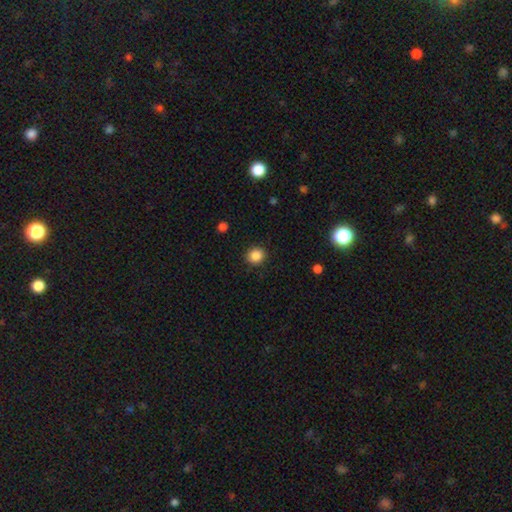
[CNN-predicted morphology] The model was most divided on "how rounded": round: 85%, in between: 14%, cigar-shaped: 1%. More confident: merging — none (90%); smooth or featured — smooth (86%).